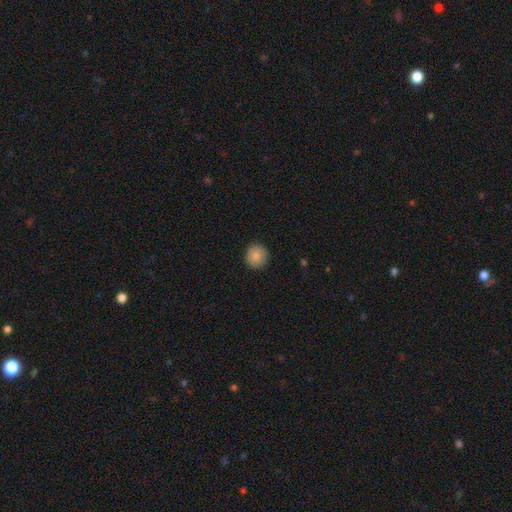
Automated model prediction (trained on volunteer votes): Morphology: type=smooth (87%); roundness=round (91%); merging=none (89%).